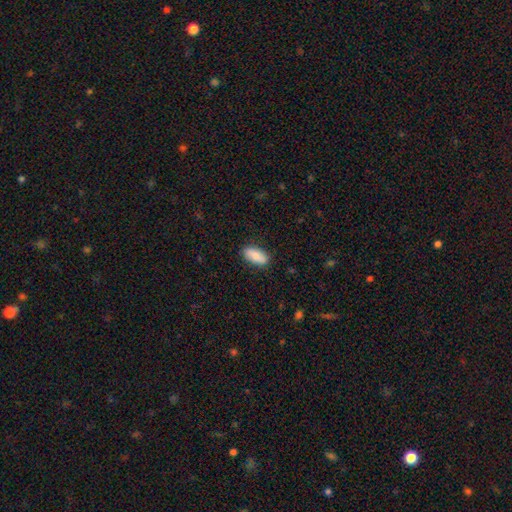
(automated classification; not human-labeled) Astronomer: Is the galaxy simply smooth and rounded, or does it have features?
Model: smooth — 79%.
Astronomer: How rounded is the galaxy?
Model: in between — 87%.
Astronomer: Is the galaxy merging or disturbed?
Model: none — 86%.